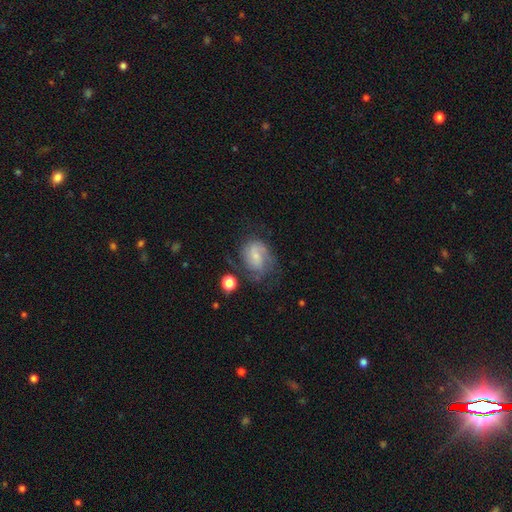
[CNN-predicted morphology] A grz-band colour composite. It shows a featured or disk galaxy (62%) with no bar (46%), 2 (45%) medium (44%) spiral arms (85%) and a small central bulge (62%). Merging: none (51%).